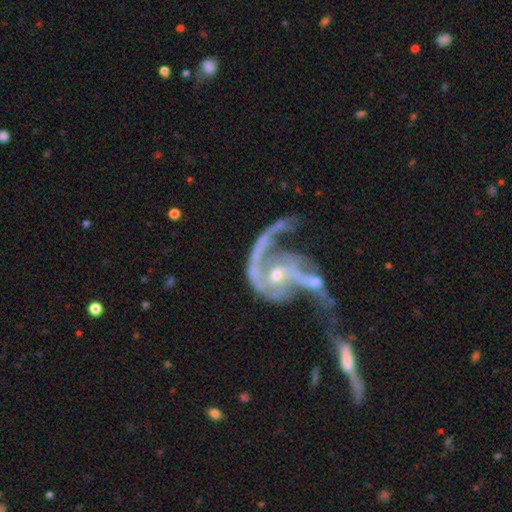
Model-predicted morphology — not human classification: smooth_or_featured: featured or disk (p=0.84) [alt: smooth p=0.08]
disk_edge_on: no (p=0.97) [alt: yes p=0.03]
bar: no (p=0.59) [alt: weak p=0.28]
has_spiral_arms: yes (p=0.84) [alt: no p=0.16]
spiral_winding: loose (p=0.52) [alt: medium p=0.33]
spiral_arm_count: 2 (p=0.45) [alt: 1 p=0.30]
bulge_size: small (p=0.48) [alt: moderate p=0.42]
merging: merger (p=0.51) [alt: major disturbance p=0.27]